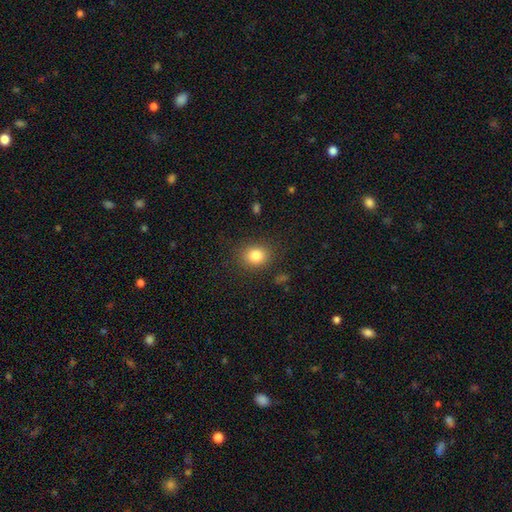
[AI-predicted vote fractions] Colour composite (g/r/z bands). It shows a smooth galaxy with no disk features (82%) that is round (64%). Merging: none (86%).